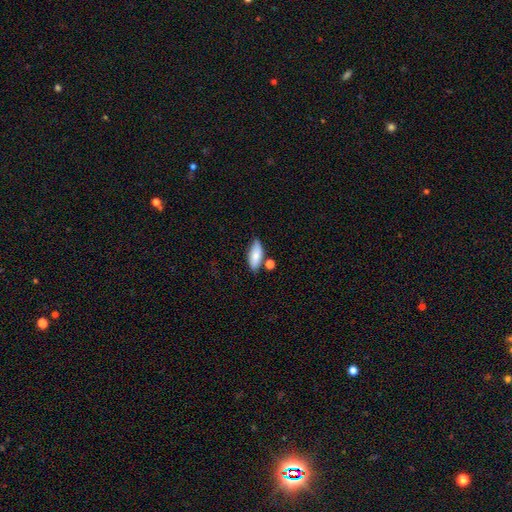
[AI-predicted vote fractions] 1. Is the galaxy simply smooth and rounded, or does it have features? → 80% smooth, 13% featured or disk, 7% star or artifact.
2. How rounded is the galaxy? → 78% in between, 19% cigar-shaped, 3% round.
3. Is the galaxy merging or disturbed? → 70% none, 16% minor disturbance, 11% merger, 3% major disturbance.